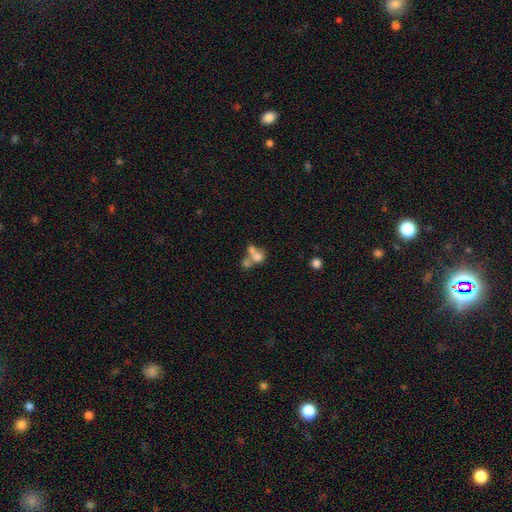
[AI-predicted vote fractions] smooth-or-featured: smooth: 65% | featured or disk: 22% | star or artifact: 12%
  how-rounded: round: 65% | in between: 34% | cigar-shaped: 2%
  merging: merger: 61% | none: 26% | minor disturbance: 7% | major disturbance: 6%